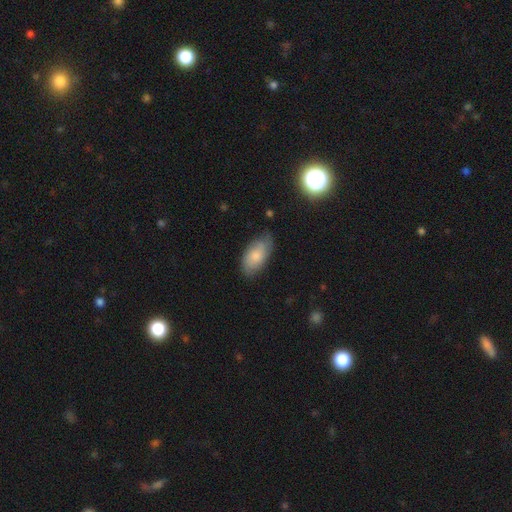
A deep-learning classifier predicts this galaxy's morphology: smooth_or_featured: smooth (p=0.69) [alt: featured or disk p=0.24]
how_rounded: in between (p=0.92) [alt: cigar-shaped p=0.04]
merging: none (p=0.68) [alt: minor disturbance p=0.25]